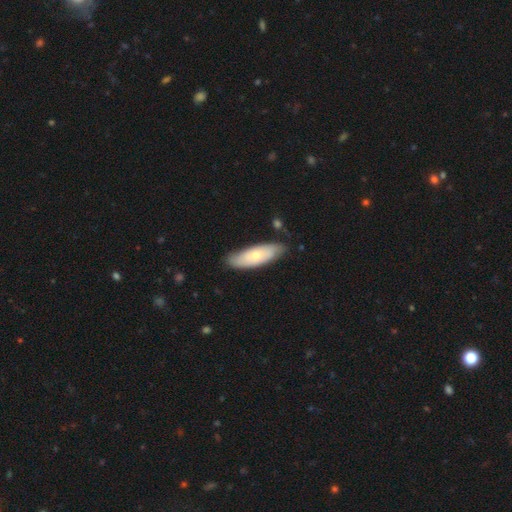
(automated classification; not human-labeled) Smooth or featured: smooth — 55% (featured or disk — 40%)
How rounded: in between — 64% (cigar-shaped — 34%)
Merging: none — 79% (minor disturbance — 16%)